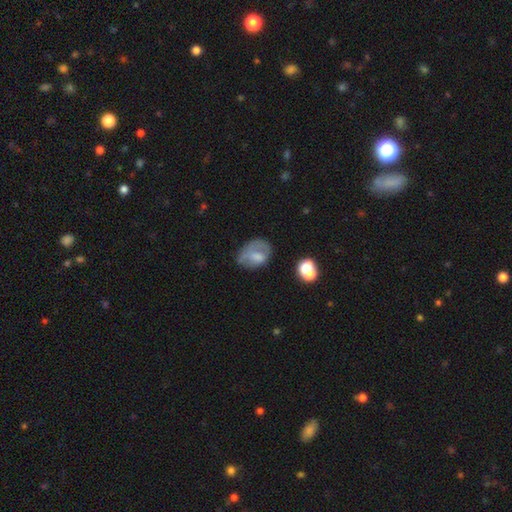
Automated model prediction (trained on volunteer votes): smooth-or-featured: smooth: 59% | featured or disk: 30% | star or artifact: 10%
  how-rounded: in between: 70% | round: 29% | cigar-shaped: 1%
  merging: none: 41% | minor disturbance: 31% | major disturbance: 23% | merger: 4%